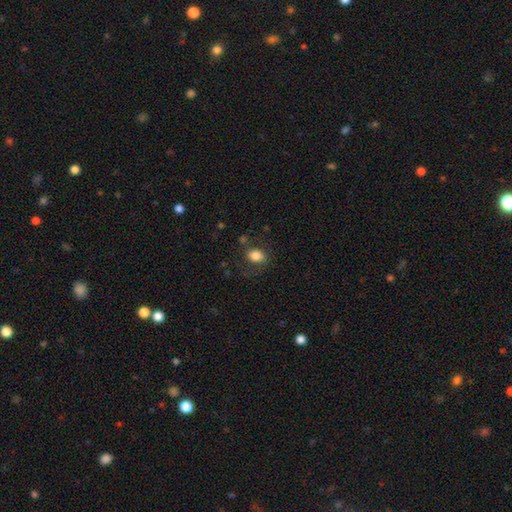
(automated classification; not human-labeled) Morphology: type=smooth (82%); roundness=in between (66%); merging=none (70%).